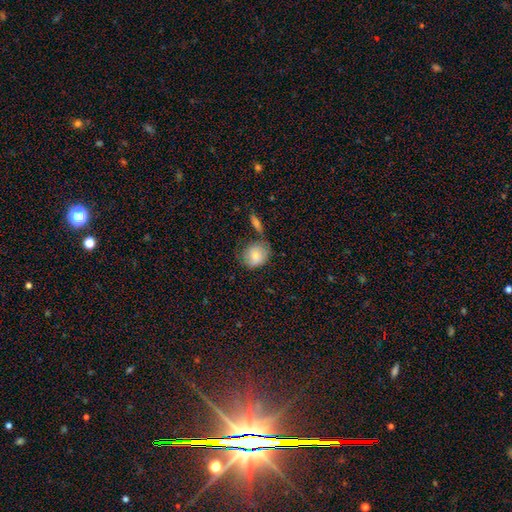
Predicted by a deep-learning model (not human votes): Overall: smooth (76%). How rounded: round (64%; in between 35%). Merging: none (54%; minor disturbance 25%).